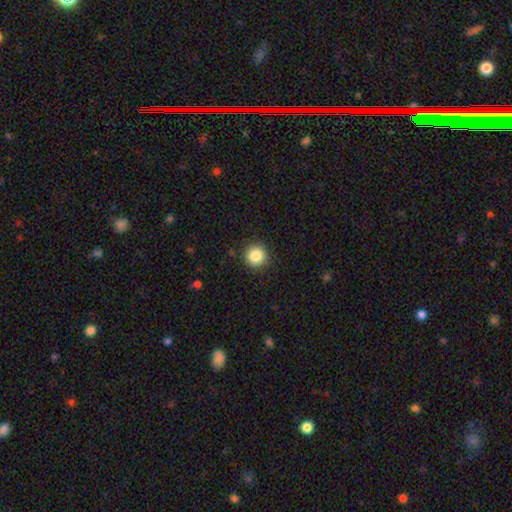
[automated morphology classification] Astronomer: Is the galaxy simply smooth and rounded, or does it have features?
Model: smooth — 86%.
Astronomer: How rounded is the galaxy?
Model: round — 95%.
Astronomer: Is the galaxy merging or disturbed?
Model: none — 90%.